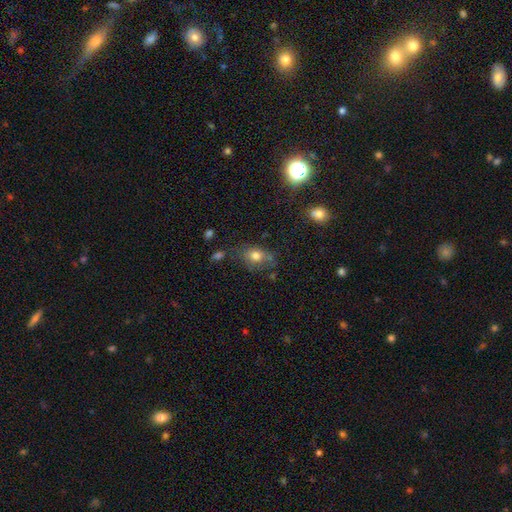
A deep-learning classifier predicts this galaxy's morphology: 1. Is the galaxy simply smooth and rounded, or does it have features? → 75% smooth, 13% featured or disk, 12% star or artifact.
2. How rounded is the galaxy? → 61% in between, 38% round, 2% cigar-shaped.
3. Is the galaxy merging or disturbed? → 60% none, 24% minor disturbance, 9% major disturbance, 8% merger.